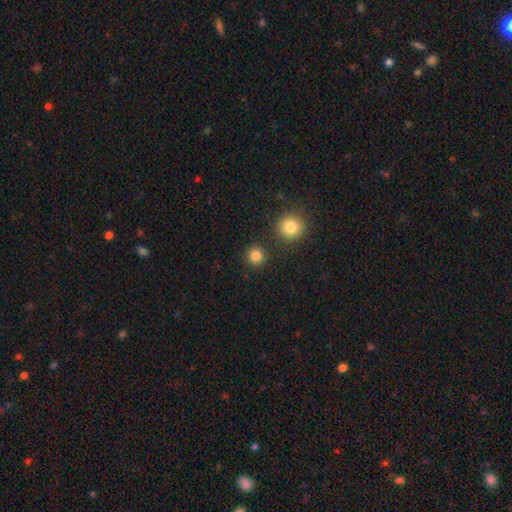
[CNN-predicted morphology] The model was most divided on "smooth or featured": smooth: 84%, star or artifact: 12%, featured or disk: 4%. More confident: how rounded — round (93%); merging — none (88%).